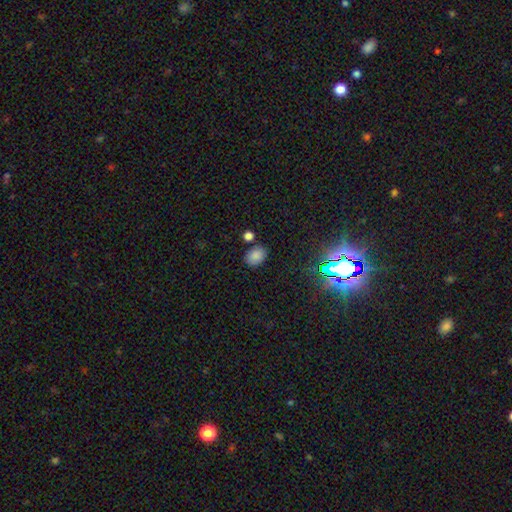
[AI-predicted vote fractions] Smooth or featured: smooth — 83% (star or artifact — 12%)
How rounded: in between — 73% (round — 26%)
Merging: none — 78% (minor disturbance — 12%)